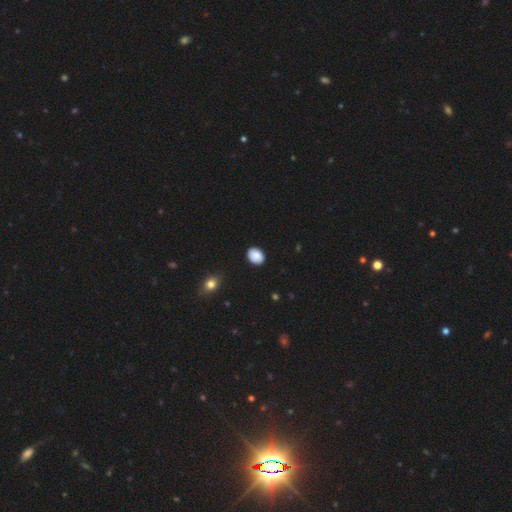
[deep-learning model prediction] This appears to be a smooth galaxy with no disk features (87%) that is in between round and cigar-shaped (62%). Merging: none (87%).